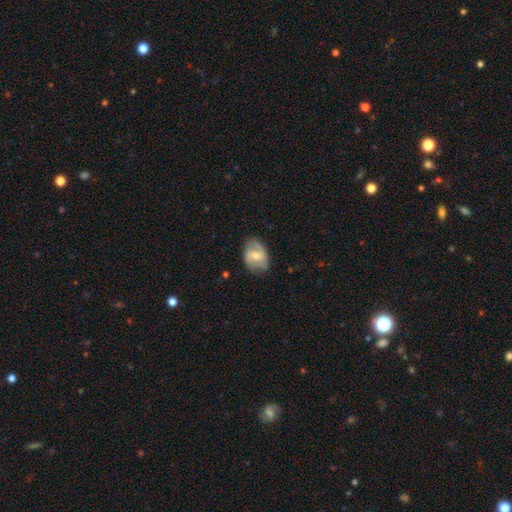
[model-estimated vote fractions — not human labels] Smooth or featured? Predicted: featured or disk (p=0.66). Edge-on disk? Predicted: no (p=0.96). Bar? Predicted: weak (p=0.47). Spiral arms? Predicted: yes (p=0.85). Spiral winding? Predicted: medium (p=0.46). Spiral arm count? Predicted: 2 (p=0.74). Bulge size? Predicted: moderate (p=0.59). Merging? Predicted: none (p=0.71).